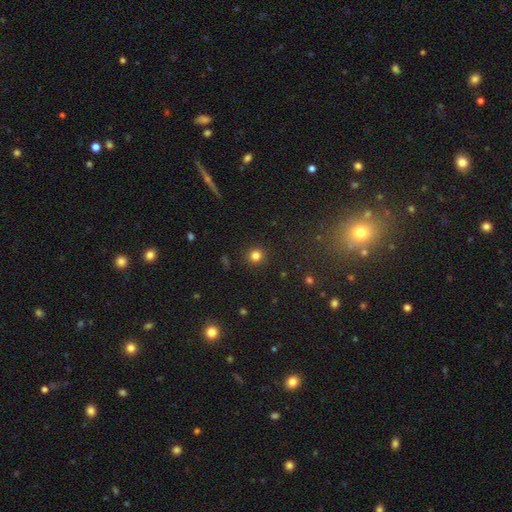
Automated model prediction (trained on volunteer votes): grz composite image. It shows a smooth galaxy with no disk features (81%) that is round (93%). Merging: none (91%).